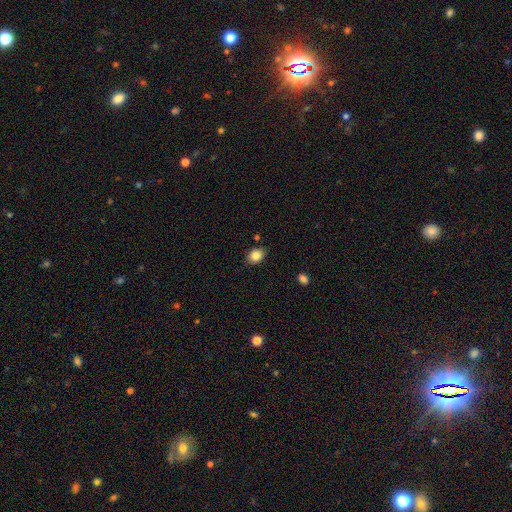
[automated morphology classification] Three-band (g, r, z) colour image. It shows a smooth galaxy with no disk features (84%) that is in between round and cigar-shaped (58%). Merging: none (83%).